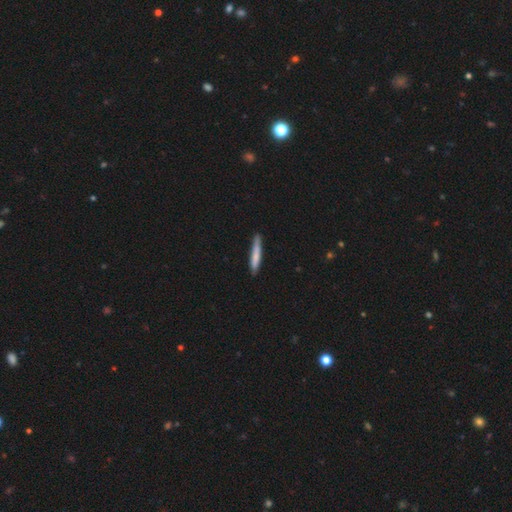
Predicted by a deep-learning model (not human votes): The model was most divided on "smooth or featured": smooth: 73%, featured or disk: 22%, star or artifact: 5%. More confident: how rounded — cigar-shaped (93%); merging — none (82%).